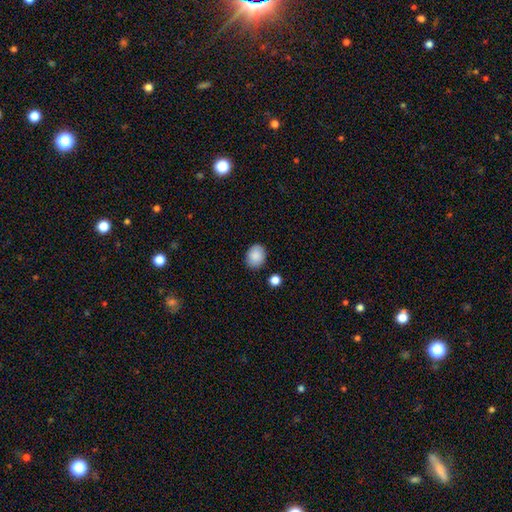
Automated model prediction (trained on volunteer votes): smooth-or-featured: smooth: 88% | star or artifact: 8% | featured or disk: 4%
  how-rounded: round: 52% | in between: 47% | cigar-shaped: 1%
  merging: none: 85% | minor disturbance: 10% | merger: 3% | major disturbance: 2%